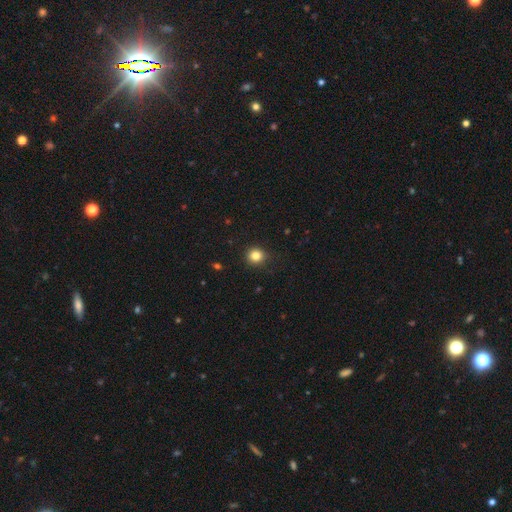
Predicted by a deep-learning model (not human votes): Q: Smooth or featured?
A: smooth (83%); runner-up: star or artifact (12%)
Q: How rounded?
A: round (91%); runner-up: in between (8%)
Q: Merging?
A: none (89%); runner-up: minor disturbance (7%)